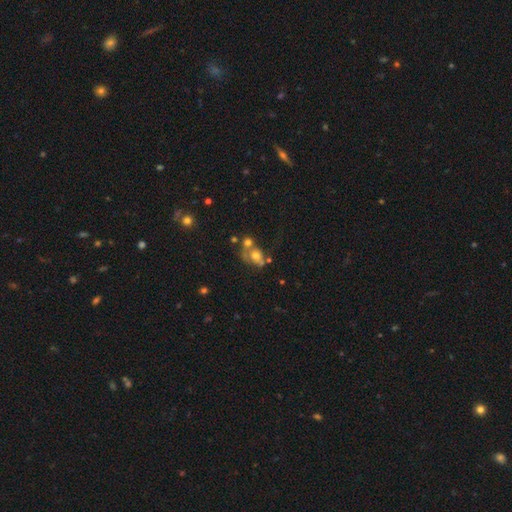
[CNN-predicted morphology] A smooth galaxy with no disk features (60%) that is round (57%).

Vote fractions:
- Smooth or featured? smooth: 60% / featured or disk: 26% / star or artifact: 14%
- How rounded? round: 57% / in between: 41% / cigar-shaped: 1%
- Merging? merger: 44% / none: 32% / minor disturbance: 14% / major disturbance: 11%